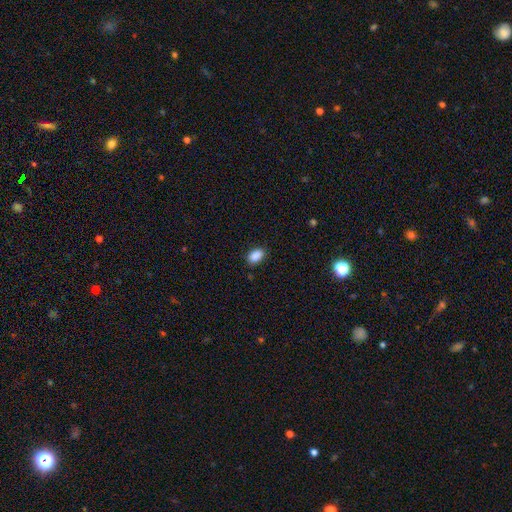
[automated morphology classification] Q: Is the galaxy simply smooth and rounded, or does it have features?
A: smooth — 89%.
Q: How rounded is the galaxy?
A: in between — 88%.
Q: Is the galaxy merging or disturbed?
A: none — 86%.